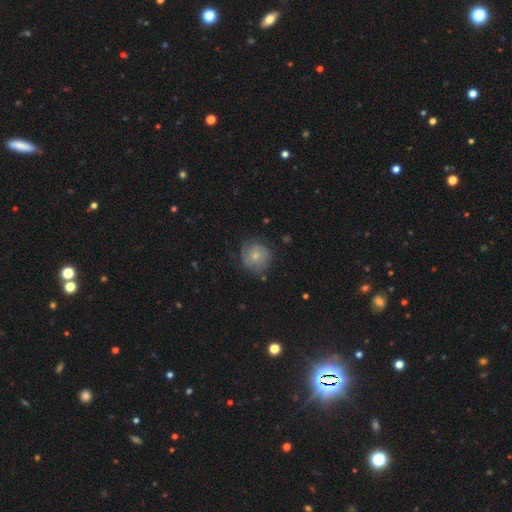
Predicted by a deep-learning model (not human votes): This appears to be a smooth galaxy with no disk features (54%) that is round (90%). Merging: none (72%).